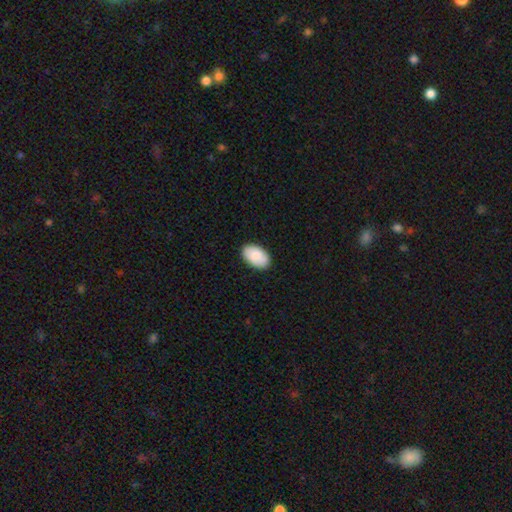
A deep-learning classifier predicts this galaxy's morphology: Overall: smooth (87%). How rounded: in between (93%). Merging: none (88%).